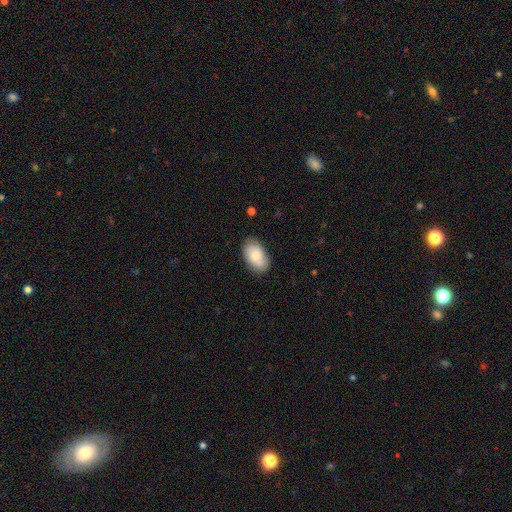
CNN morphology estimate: This appears to be a smooth galaxy with no disk features (75%) that is in between round and cigar-shaped (92%). Merging: none (79%).